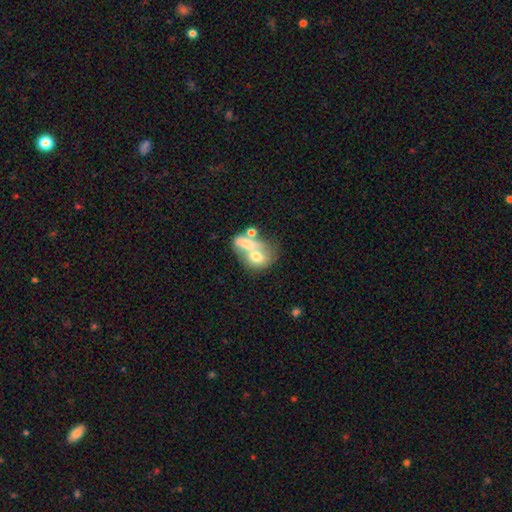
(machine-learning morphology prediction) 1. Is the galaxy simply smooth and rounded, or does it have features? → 61% smooth, 29% featured or disk, 9% star or artifact.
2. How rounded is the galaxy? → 63% in between, 34% round, 3% cigar-shaped.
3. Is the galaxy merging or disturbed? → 65% merger, 16% none, 11% major disturbance, 8% minor disturbance.